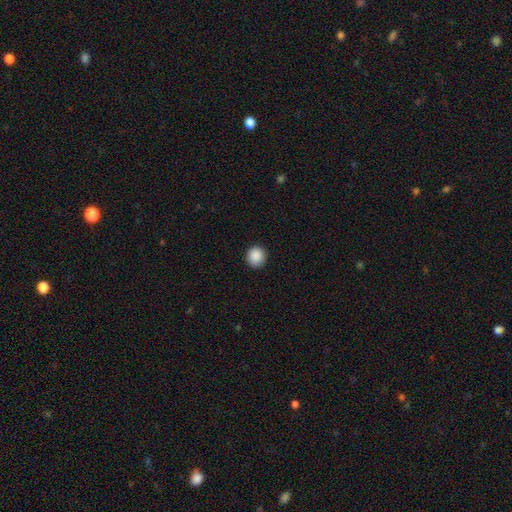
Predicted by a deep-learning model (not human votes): Q: Smooth or featured?
A: smooth (89%); runner-up: star or artifact (9%)
Q: How rounded?
A: round (92%); runner-up: in between (7%)
Q: Merging?
A: none (91%); runner-up: minor disturbance (6%)